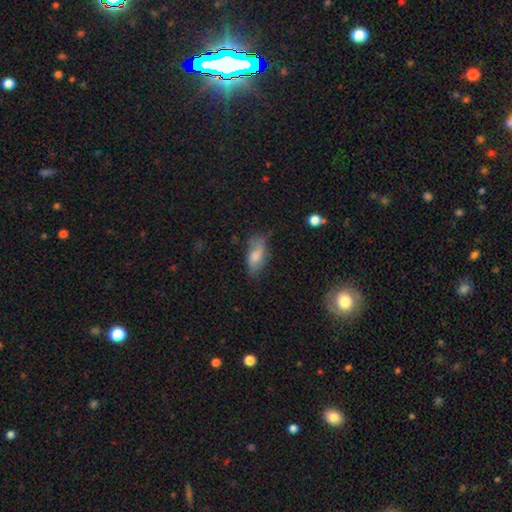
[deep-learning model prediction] smooth 67%, featured or disk 25%, star or artifact 8%. Down the decision tree: how rounded — in between (85%); merging — none (48%).